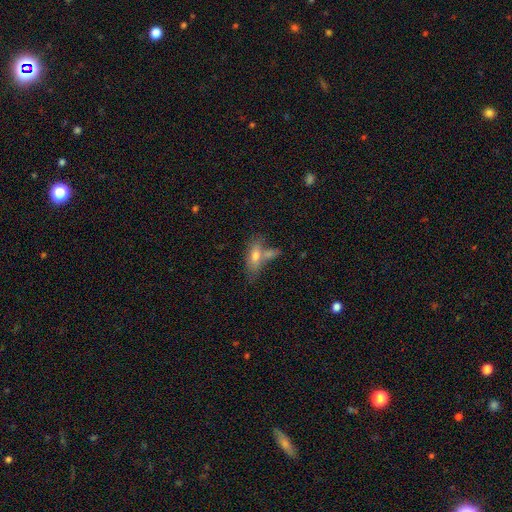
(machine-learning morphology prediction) Smooth or featured?
  - smooth: 66% *
  - featured or disk: 26%
  - star or artifact: 8%
How rounded?
  - in between: 74% *
  - cigar-shaped: 21%
  - round: 5%
Merging?
  - none: 39% * (tied)
  - merger: 39% * (tied)
  - minor disturbance: 15%
  - major disturbance: 7%